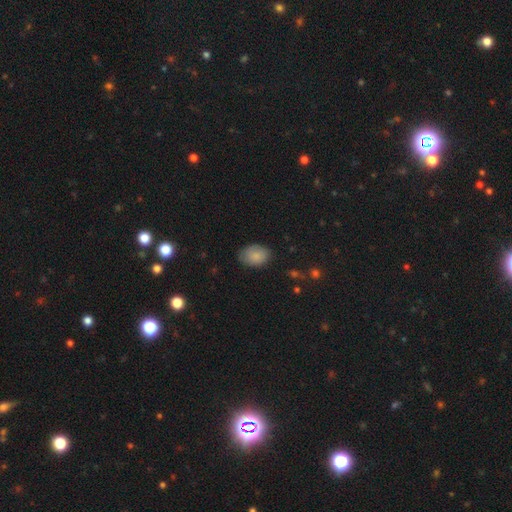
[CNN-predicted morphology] Smooth or featured? smooth (85%)
How rounded? in between (79%)
Merging? none (73%)